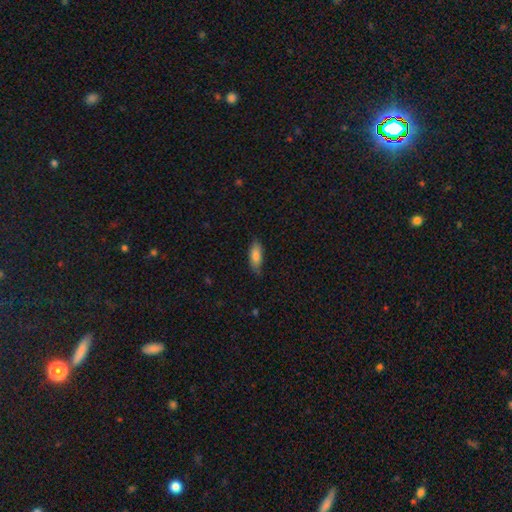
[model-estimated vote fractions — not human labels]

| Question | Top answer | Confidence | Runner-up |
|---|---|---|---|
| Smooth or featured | smooth | 82% | featured or disk (11%) |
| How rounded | in between | 71% | cigar-shaped (27%) |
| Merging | none | 75% | minor disturbance (21%) |